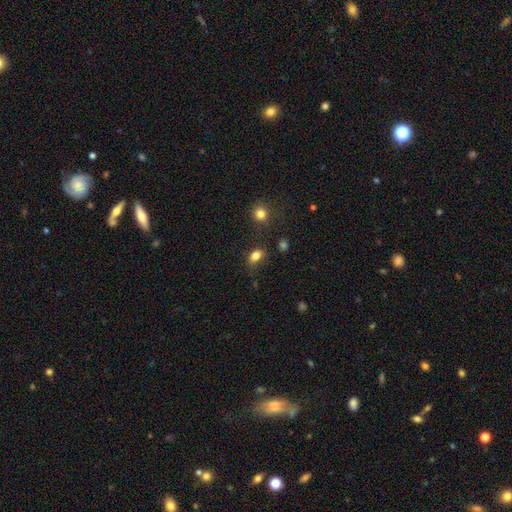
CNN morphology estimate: A smooth galaxy with no disk features (83%) that is in between round and cigar-shaped (80%).

Vote fractions:
- Smooth or featured? smooth: 83% / star or artifact: 11% / featured or disk: 7%
- How rounded? in between: 80% / round: 18% / cigar-shaped: 2%
- Merging? none: 74% / minor disturbance: 18% / major disturbance: 5% / merger: 3%